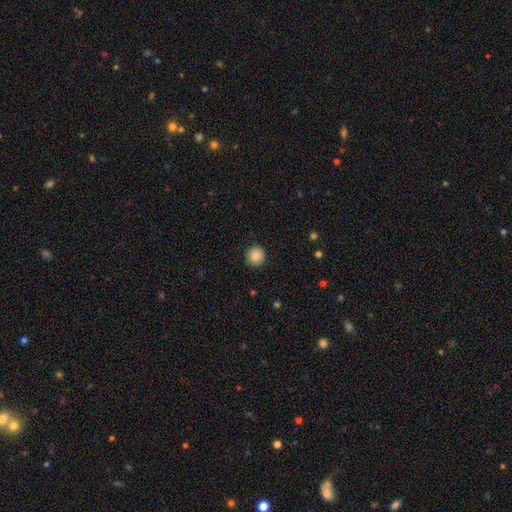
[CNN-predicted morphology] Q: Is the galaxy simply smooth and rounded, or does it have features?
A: smooth — 86%.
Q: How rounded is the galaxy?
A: round — 93%.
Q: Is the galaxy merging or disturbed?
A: none — 92%.